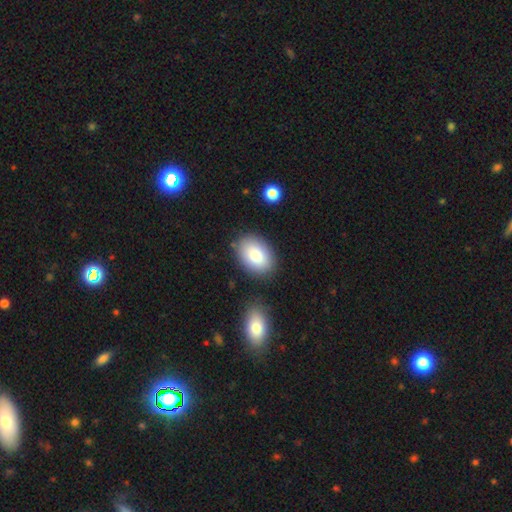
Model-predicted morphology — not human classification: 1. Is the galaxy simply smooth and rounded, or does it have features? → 84% smooth, 8% featured or disk, 7% star or artifact.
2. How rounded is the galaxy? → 83% in between, 16% round, 1% cigar-shaped.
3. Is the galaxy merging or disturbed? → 84% none, 10% minor disturbance, 3% merger, 3% major disturbance.